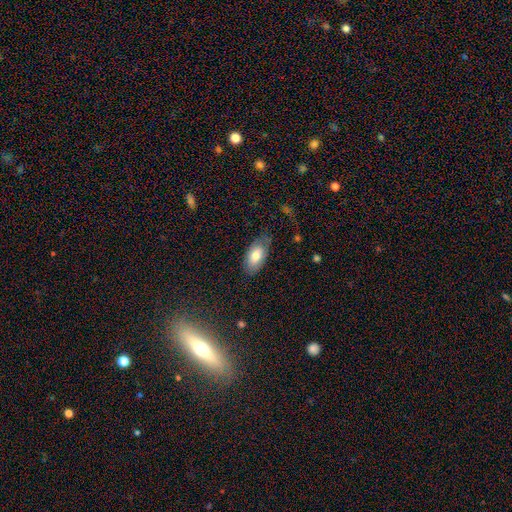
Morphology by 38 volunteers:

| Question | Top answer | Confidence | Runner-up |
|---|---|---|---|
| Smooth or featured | smooth | 74% | featured or disk (18%) |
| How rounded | in between | 96% | cigar-shaped (4%) |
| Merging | none | 63% | minor disturbance (31%) |